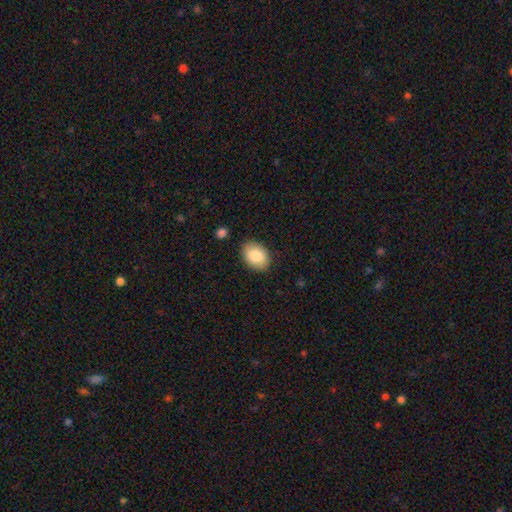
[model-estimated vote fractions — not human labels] A smooth galaxy with no disk features (84%) that is in between round and cigar-shaped (86%).

Vote fractions:
- Smooth or featured? smooth: 84% / featured or disk: 9% / star or artifact: 7%
- How rounded? in between: 86% / round: 13% / cigar-shaped: 1%
- Merging? none: 87% / minor disturbance: 9% / major disturbance: 2% / merger: 1%